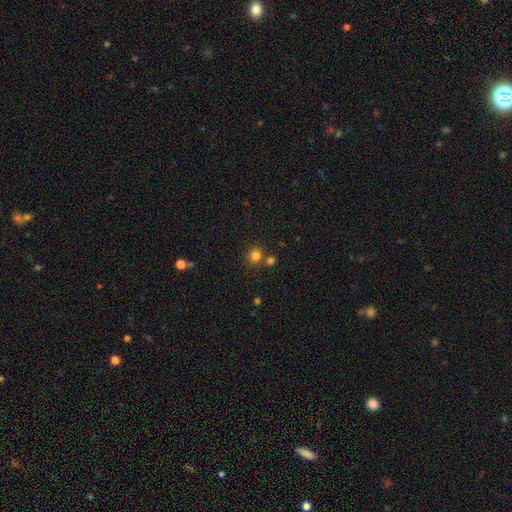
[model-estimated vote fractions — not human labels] Overall: smooth (81%). How rounded: round (87%). Merging: none (72%).